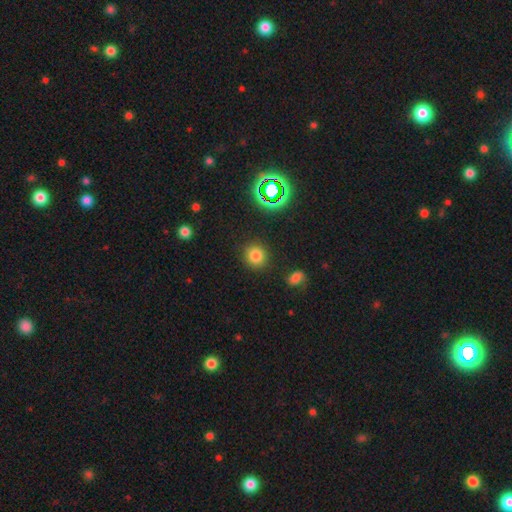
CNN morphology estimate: The model was most divided on "smooth or featured": smooth: 76%, star or artifact: 18%, featured or disk: 7%. More confident: how rounded — round (90%); merging — none (87%).